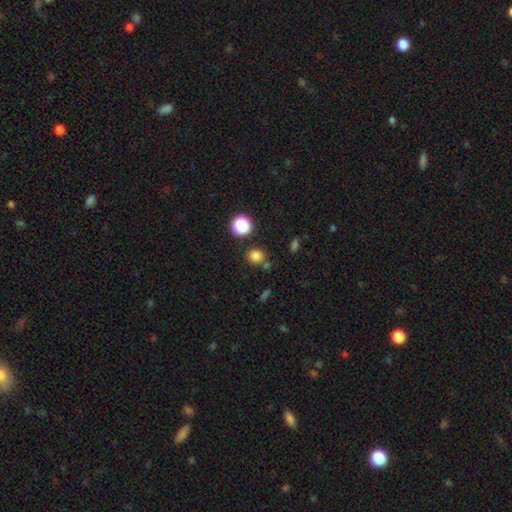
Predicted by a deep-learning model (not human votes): This appears to be a smooth galaxy with no disk features (79%) that is round (82%). Merging: none (76%).